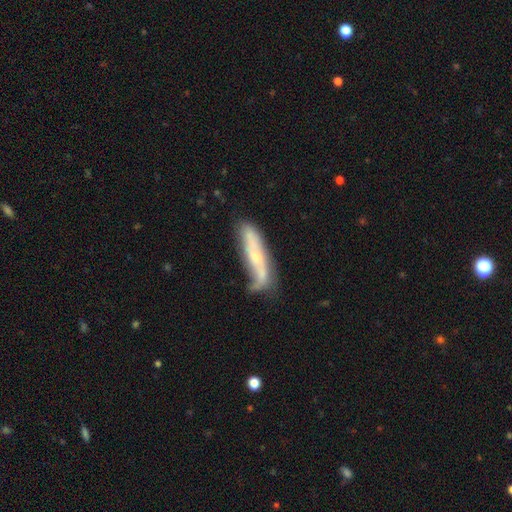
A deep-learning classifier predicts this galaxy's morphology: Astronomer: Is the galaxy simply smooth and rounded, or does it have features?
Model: featured or disk — 59%.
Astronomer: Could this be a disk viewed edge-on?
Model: no — 60% (runner-up: yes, 40%).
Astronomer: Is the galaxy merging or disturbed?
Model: none — 48% (runner-up: minor disturbance, 29%).